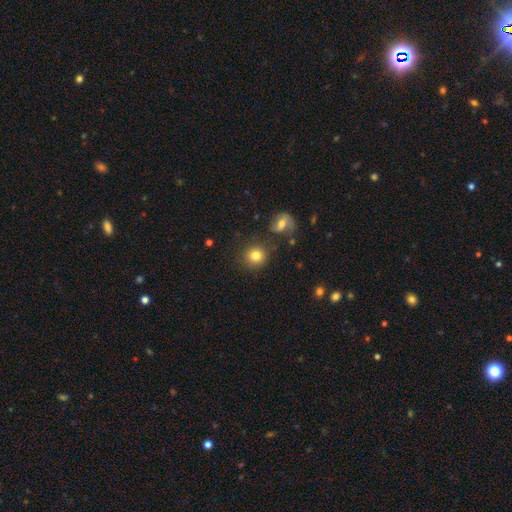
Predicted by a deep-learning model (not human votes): Smooth or featured?
  - smooth: 82% *
  - star or artifact: 10%
  - featured or disk: 8%
How rounded?
  - round: 87% *
  - in between: 12%
  - cigar-shaped: 1%
Merging?
  - none: 80% *
  - minor disturbance: 10%
  - merger: 7%
  - major disturbance: 4%